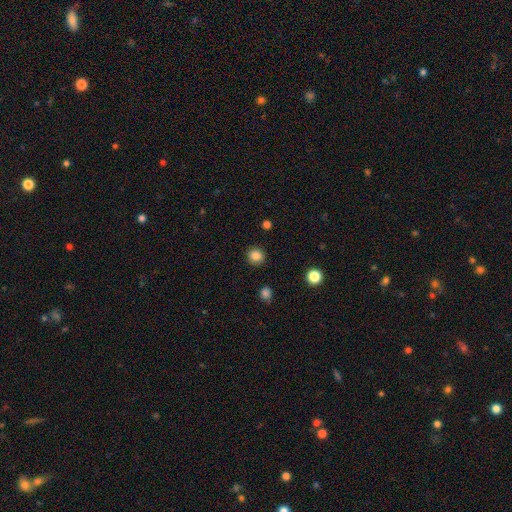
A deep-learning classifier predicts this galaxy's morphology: Smooth or featured? smooth (85%)
How rounded? round (91%)
Merging? none (91%)